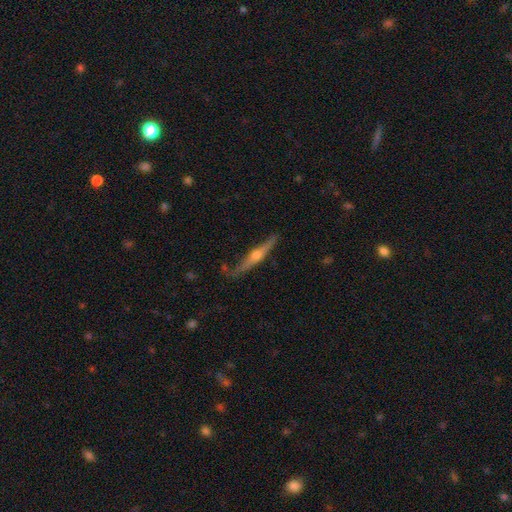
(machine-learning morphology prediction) The model was most divided on "smooth or featured": featured or disk: 70%, smooth: 24%, star or artifact: 6%. More confident: edge-on disk — yes (97%); edge-on bulge — rounded (92%); merging — none (80%).